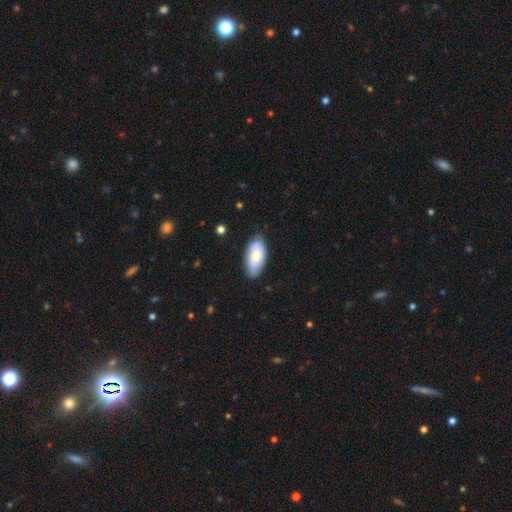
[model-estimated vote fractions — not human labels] This is likely a smooth galaxy (66%). How rounded: clearly in between (93%). Merging: likely none (78%).